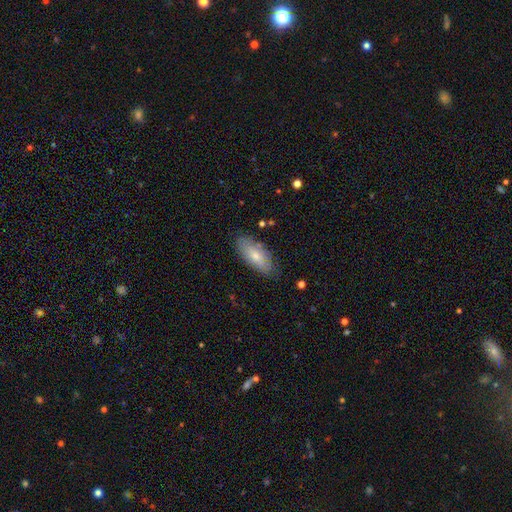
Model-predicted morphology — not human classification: smooth_or_featured: smooth (p=0.71) [alt: featured or disk p=0.22]
how_rounded: in between (p=0.83) [alt: cigar-shaped p=0.14]
merging: none (p=0.79) [alt: minor disturbance p=0.16]